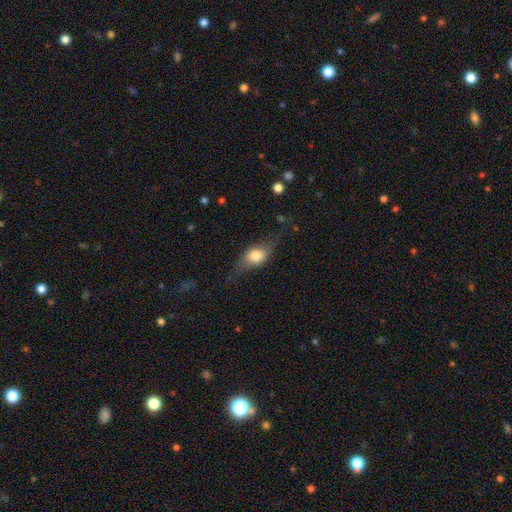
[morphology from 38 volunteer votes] A smooth galaxy with no disk features (63%) that is in between round and cigar-shaped (71%). Merging: none (60%).